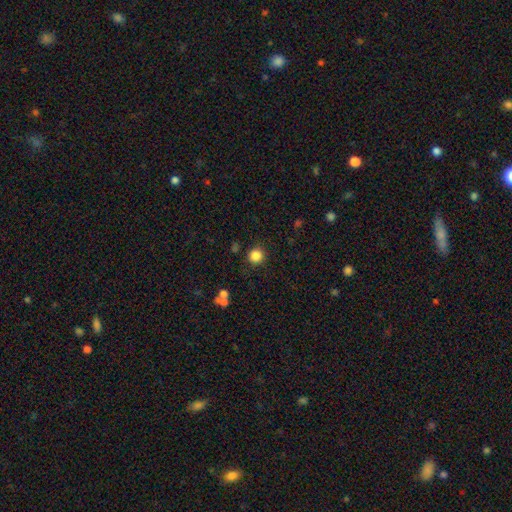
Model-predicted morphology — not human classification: A smooth galaxy with no disk features (85%) that is round (93%). Merging: none (87%).